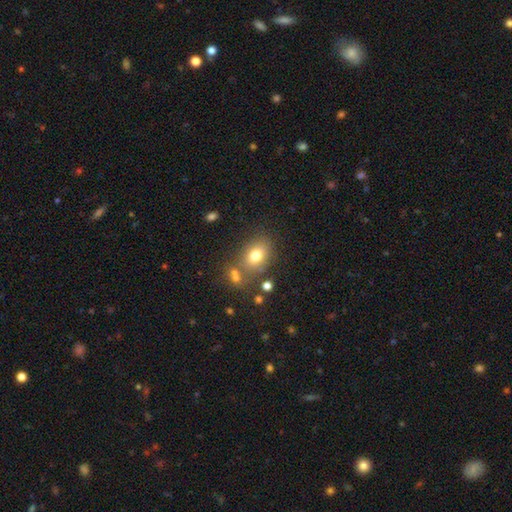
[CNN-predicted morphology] A smooth galaxy with no disk features (76%) that is in between round and cigar-shaped (71%).

Vote fractions:
- Smooth or featured? smooth: 76% / featured or disk: 12% / star or artifact: 12%
- How rounded? in between: 71% / round: 28% / cigar-shaped: 1%
- Merging? none: 68% / minor disturbance: 14% / merger: 12% / major disturbance: 6%